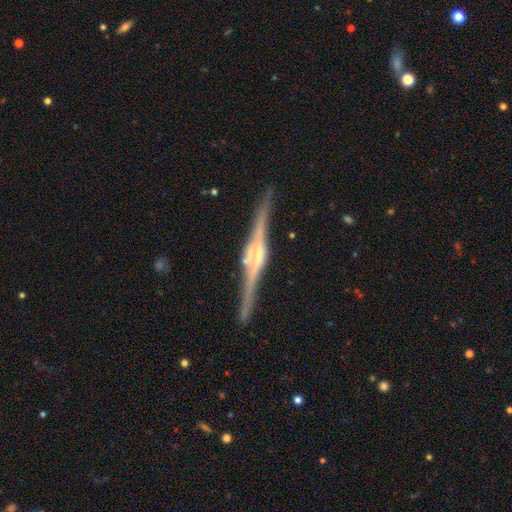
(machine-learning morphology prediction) Smooth or featured? Predicted: featured or disk (p=0.86). Edge-on disk? Predicted: yes (p=0.98). Edge-on bulge? Predicted: rounded (p=0.56). Merging? Predicted: none (p=0.85).